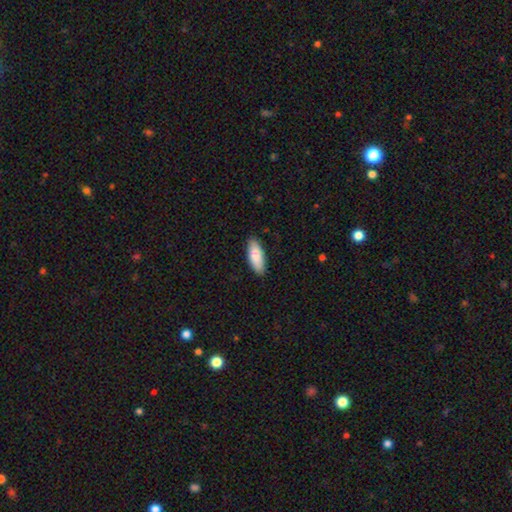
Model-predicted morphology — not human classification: smooth-or-featured: smooth: 86% | featured or disk: 8% | star or artifact: 5%
  how-rounded: in between: 77% | cigar-shaped: 21% | round: 2%
  merging: none: 88% | minor disturbance: 9% | major disturbance: 2% | merger: 1%